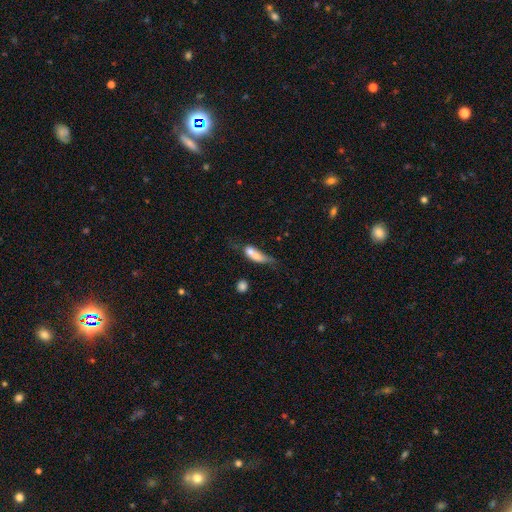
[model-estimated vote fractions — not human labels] Q: Smooth or featured?
A: smooth (63%); runner-up: featured or disk (28%)
Q: How rounded?
A: in between (57%); runner-up: cigar-shaped (34%)
Q: Merging?
A: merger (48%); runner-up: none (21%)